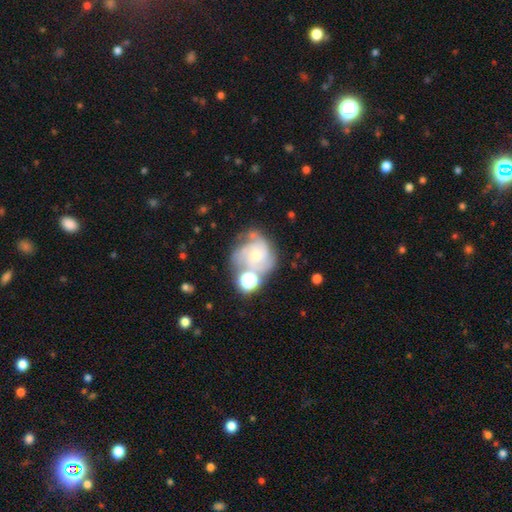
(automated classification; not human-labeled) A featured or disk galaxy (72%) with no bar (73%), 3 (34%) tight (51%) spiral arms (90%) and a small central bulge (48%).

Vote fractions:
- Smooth or featured? featured or disk: 72% / smooth: 17% / star or artifact: 10%
- Edge-on disk? no: 98% / yes: 2%
- Bar? no: 73% / weak: 23% / strong: 4%
- Spiral arms? yes: 90% / no: 10%
- Spiral winding? tight: 51% / medium: 38% / loose: 11%
- Spiral arm count? 3: 34% / can't tell: 27% / 2: 16% / 4: 14% / 1: 5% / more than 4: 5%
- Bulge size? small: 48% / moderate: 43% / none: 4% / large: 3% / dominant: 1%
- Merging? none: 48% / minor disturbance: 20% / merger: 19% / major disturbance: 13%